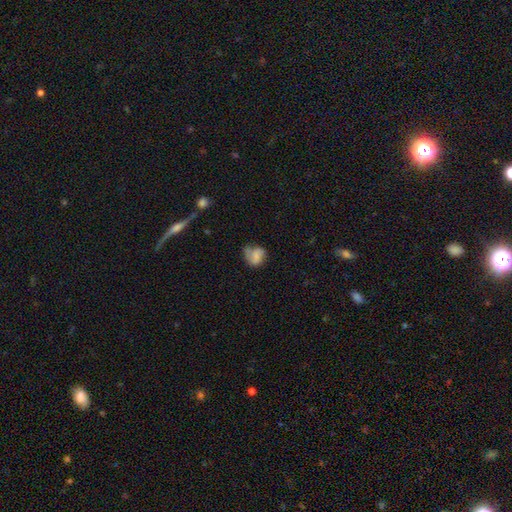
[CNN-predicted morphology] Smooth or featured: smooth — 61% (featured or disk — 30%)
How rounded: round — 57% (in between — 41%)
Merging: none — 41% (minor disturbance — 34%)